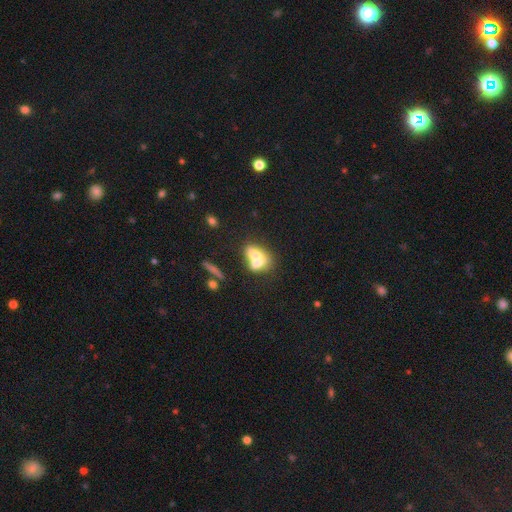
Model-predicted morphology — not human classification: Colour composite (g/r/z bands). It shows a smooth galaxy with no disk features (64%) that is in between round and cigar-shaped (69%). Merging: merger (65%).